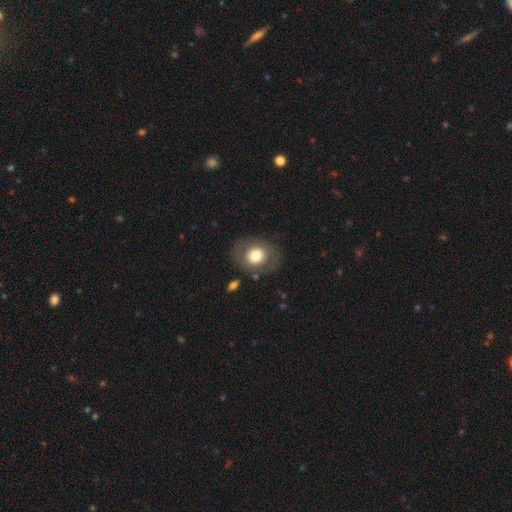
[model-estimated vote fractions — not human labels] Smooth or featured? Predicted: smooth (p=0.69). How rounded? Predicted: round (p=0.59). Merging? Predicted: none (p=0.80).